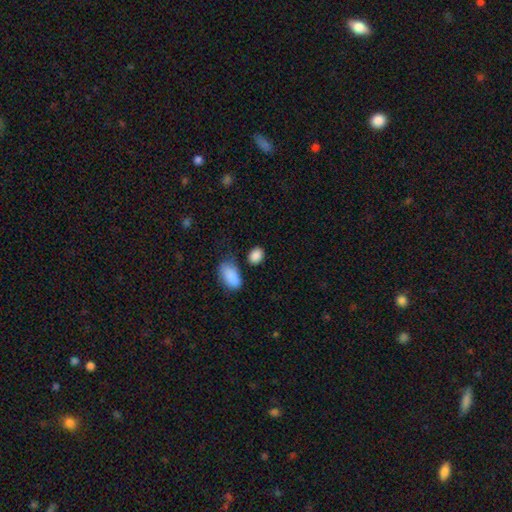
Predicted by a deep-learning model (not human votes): smooth_or_featured: smooth (p=0.88) [alt: star or artifact p=0.08]
how_rounded: in between (p=0.68) [alt: round p=0.31]
merging: none (p=0.75) [alt: minor disturbance p=0.14]